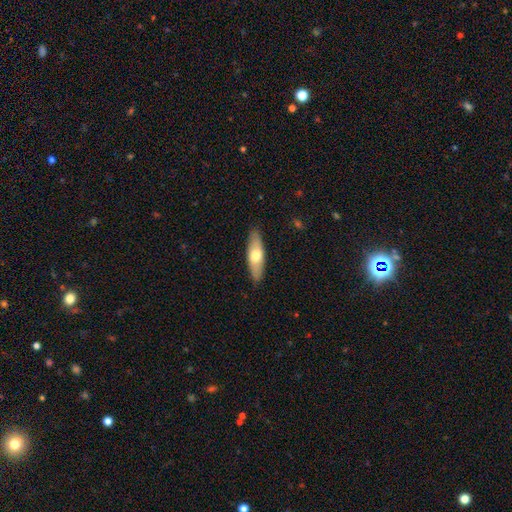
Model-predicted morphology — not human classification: smooth_or_featured: smooth (p=0.62) [alt: featured or disk p=0.33]
how_rounded: in between (p=0.57) [alt: cigar-shaped p=0.41]
merging: none (p=0.86) [alt: minor disturbance p=0.11]